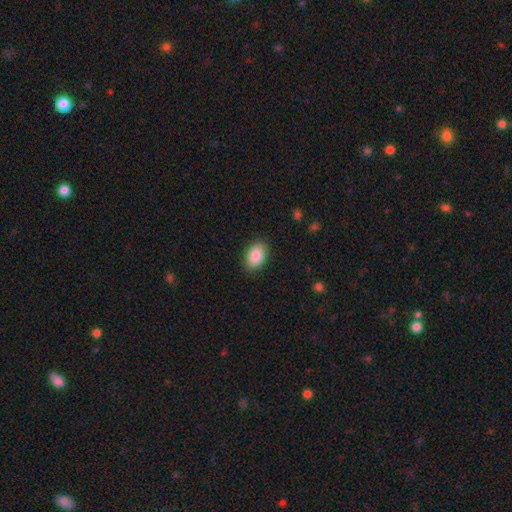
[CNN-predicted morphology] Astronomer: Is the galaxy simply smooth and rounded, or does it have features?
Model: smooth — 87%.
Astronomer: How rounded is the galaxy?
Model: in between — 88%.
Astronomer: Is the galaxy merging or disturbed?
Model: none — 87%.